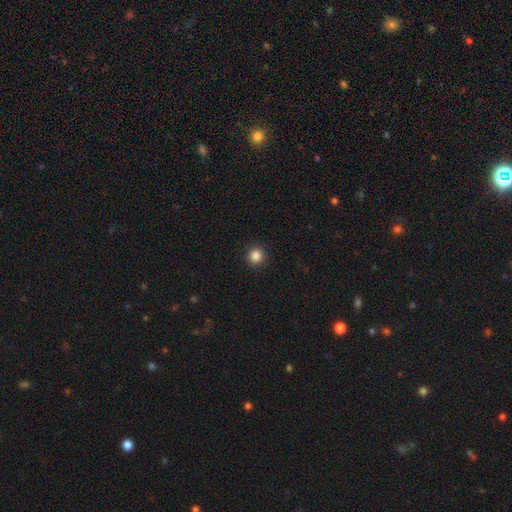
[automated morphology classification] A smooth galaxy with no disk features (85%) that is round (94%). Merging: none (93%).